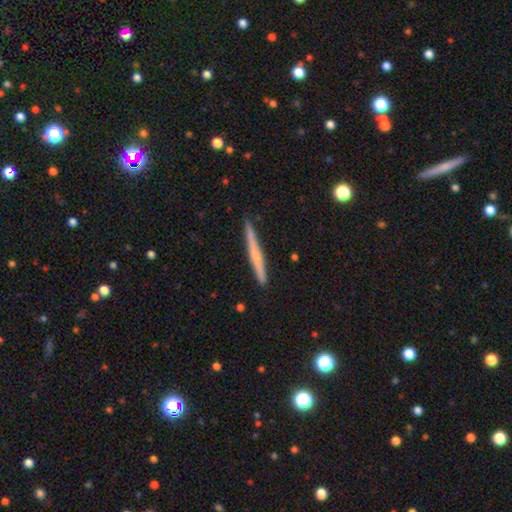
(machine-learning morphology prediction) A smooth galaxy with no disk features (47%, tied with featured or disk).

Vote fractions:
- Smooth or featured? smooth: 47% (tied) / featured or disk: 47% (tied) / star or artifact: 7%
- Merging? none: 88% / minor disturbance: 9% / major disturbance: 2% / merger: 1%